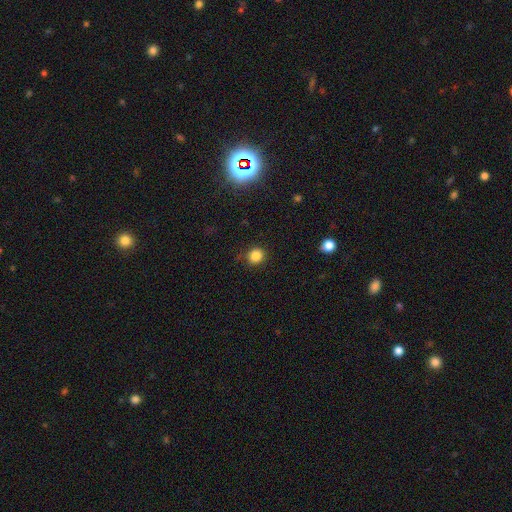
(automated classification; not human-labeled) A smooth galaxy with no disk features (84%) that is round (86%).

Vote fractions:
- Smooth or featured? smooth: 84% / star or artifact: 12% / featured or disk: 4%
- How rounded? round: 86% / in between: 13% / cigar-shaped: 1%
- Merging? none: 82% / minor disturbance: 13% / major disturbance: 4% / merger: 2%